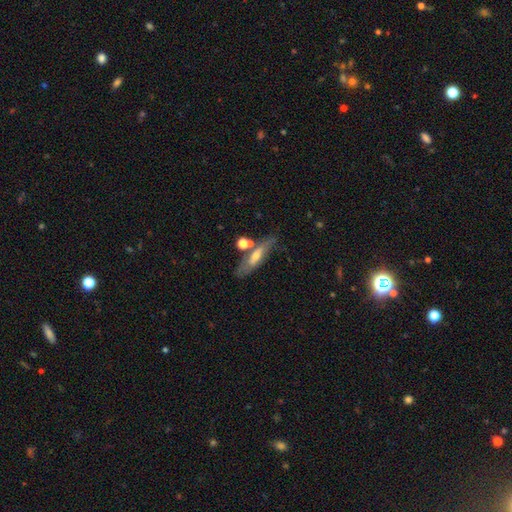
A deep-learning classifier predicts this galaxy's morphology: Smooth or featured? featured or disk (46%)
Merging? none (60%)